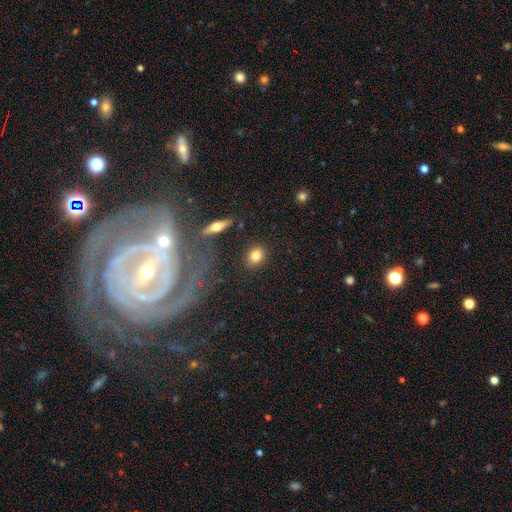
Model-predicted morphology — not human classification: Overall: smooth (81%). How rounded: round (63%; in between 34%). Merging: none (87%).